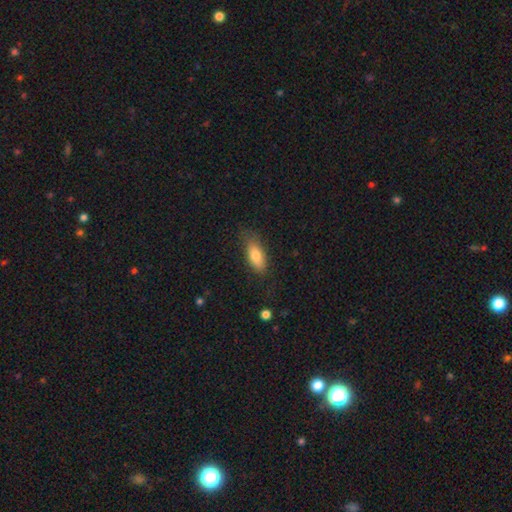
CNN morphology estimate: smooth-or-featured: smooth: 78% | featured or disk: 15% | star or artifact: 7%
  how-rounded: in between: 81% | cigar-shaped: 16% | round: 3%
  merging: none: 71% | minor disturbance: 22% | major disturbance: 6% | merger: 1%